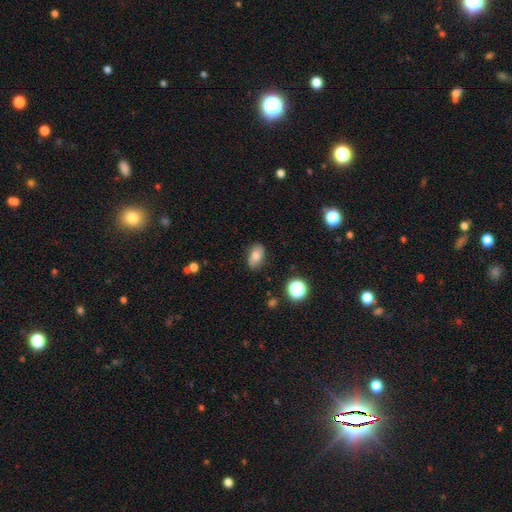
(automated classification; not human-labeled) smooth_or_featured: smooth (p=0.69) [alt: featured or disk p=0.19]
how_rounded: in between (p=0.85) [alt: round p=0.13]
merging: none (p=0.81) [alt: minor disturbance p=0.15]